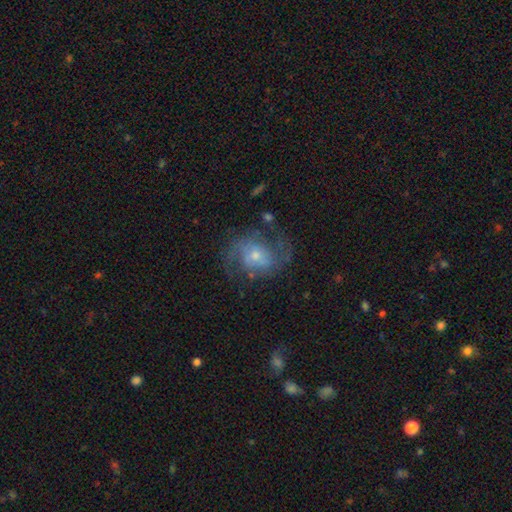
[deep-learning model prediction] Overall: featured or disk (76%). Edge-on disk: no (97%). Bar: no (57%; weak 35%). Spiral arms: yes (90%). Spiral arm count: 2 (80%). Spiral winding: medium (51%; loose 30%). Bulge size: small (53%; moderate 39%). Merging: none (64%).